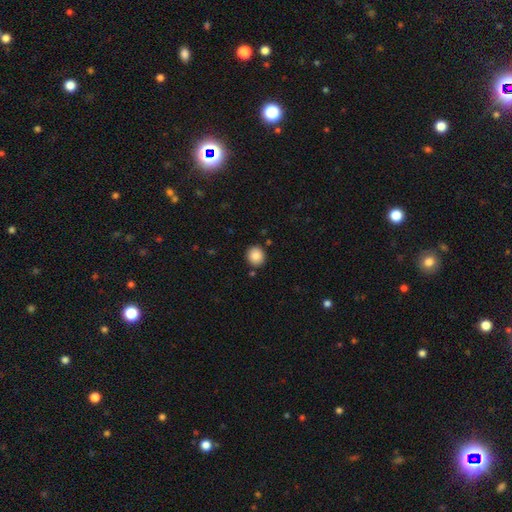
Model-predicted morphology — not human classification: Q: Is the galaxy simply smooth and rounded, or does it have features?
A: smooth — 86%.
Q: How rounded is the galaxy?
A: round — 84%.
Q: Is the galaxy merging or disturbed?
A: none — 88%.